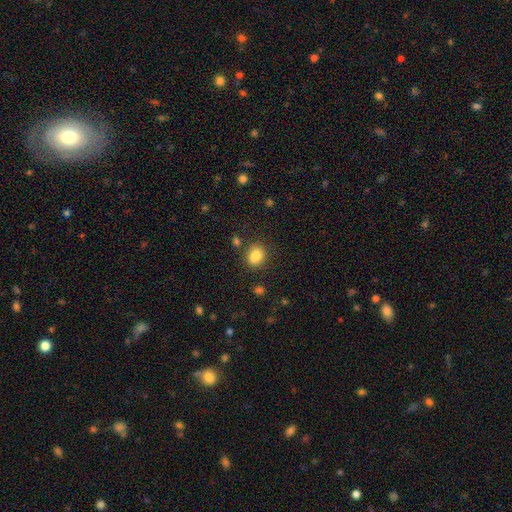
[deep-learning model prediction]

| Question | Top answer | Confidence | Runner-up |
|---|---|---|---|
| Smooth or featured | smooth | 82% | star or artifact (11%) |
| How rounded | round | 60% | in between (38%) |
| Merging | none | 74% | minor disturbance (14%) |